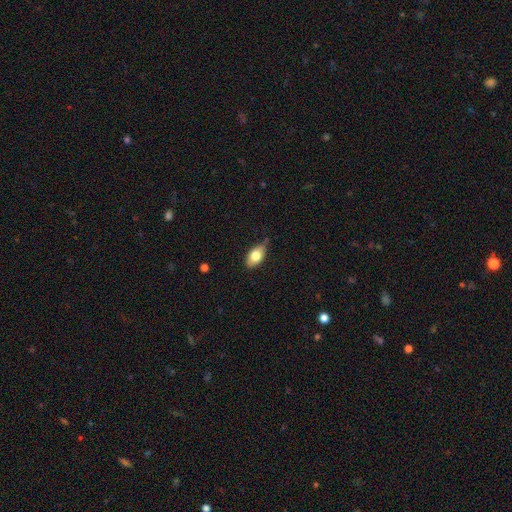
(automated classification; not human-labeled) Smooth or featured? smooth (77%)
How rounded? in between (89%)
Merging? none (68%)